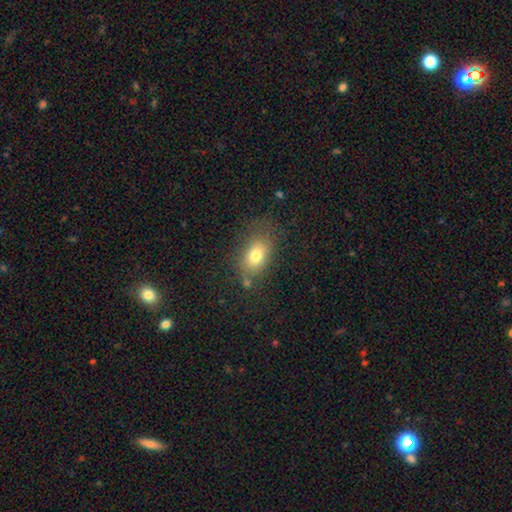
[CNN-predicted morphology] This appears to be a smooth galaxy with no disk features (76%) that is in between round and cigar-shaped (81%). Merging: none (70%).